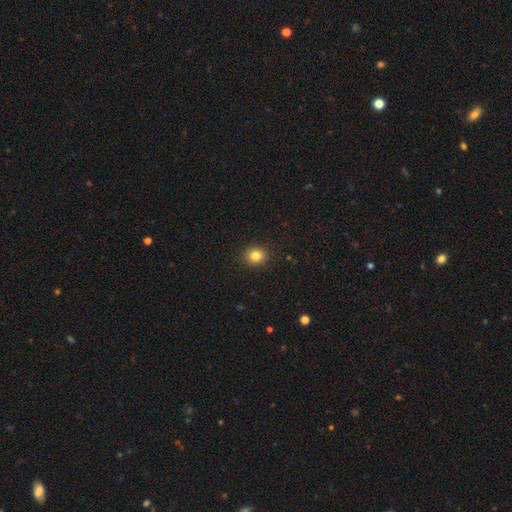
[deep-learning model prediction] A smooth galaxy with no disk features (83%) that is round (76%). Merging: none (90%).